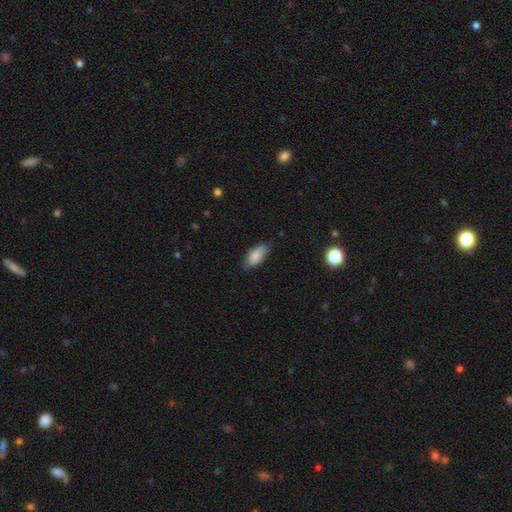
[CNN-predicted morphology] smooth_or_featured: smooth (p=0.81) [alt: featured or disk p=0.12]
how_rounded: in between (p=0.89) [alt: cigar-shaped p=0.09]
merging: none (p=0.69) [alt: minor disturbance p=0.25]